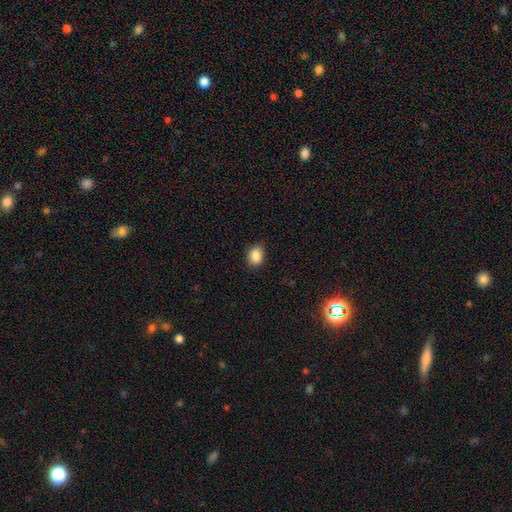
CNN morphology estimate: The model was most divided on "how rounded": in between: 64%, round: 35%, cigar-shaped: 1%. More confident: smooth or featured — smooth (86%); merging — none (85%).